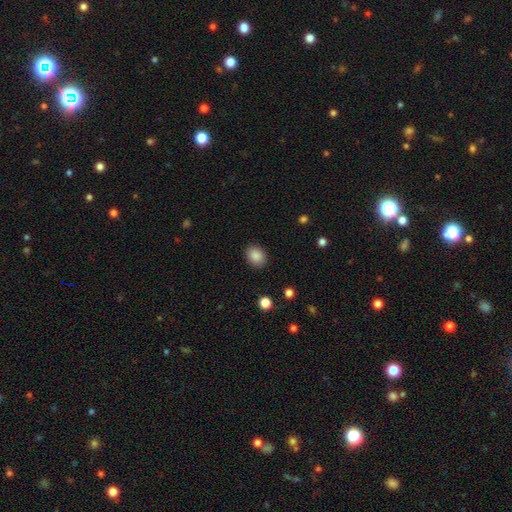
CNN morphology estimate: A smooth galaxy with no disk features (88%) that is in between round and cigar-shaped (53%). Merging: none (88%).